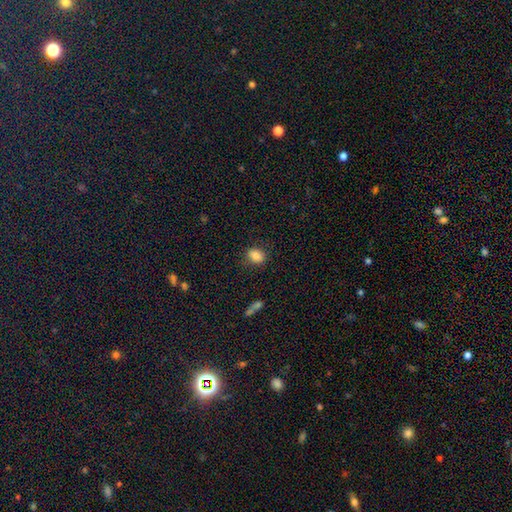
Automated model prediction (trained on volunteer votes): smooth 85%, star or artifact 9%, featured or disk 6%. Down the decision tree: how rounded — in between (61%); merging — none (83%).